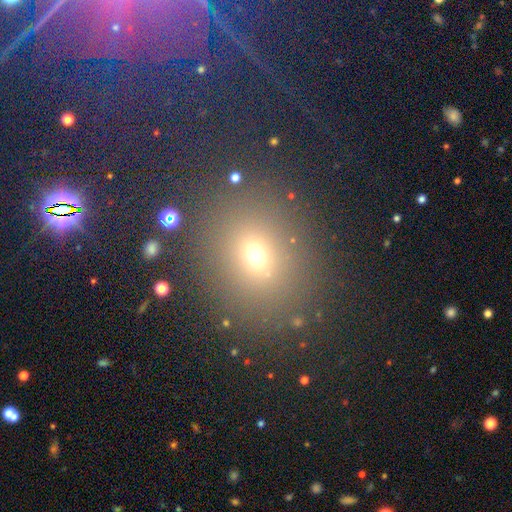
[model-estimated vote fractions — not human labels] A smooth galaxy with no disk features (62%) that is round (60%).

Vote fractions:
- Smooth or featured? smooth: 62% / star or artifact: 28% / featured or disk: 10%
- How rounded? round: 60% / in between: 38% / cigar-shaped: 2%
- Merging? none: 82% / minor disturbance: 9% / major disturbance: 5% / merger: 3%